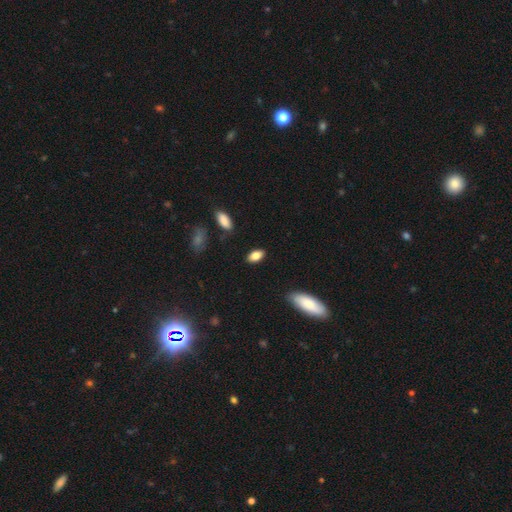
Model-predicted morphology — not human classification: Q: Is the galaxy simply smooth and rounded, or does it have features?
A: smooth — 82%.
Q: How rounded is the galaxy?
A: in between — 89%.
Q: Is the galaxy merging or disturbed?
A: none — 86%.